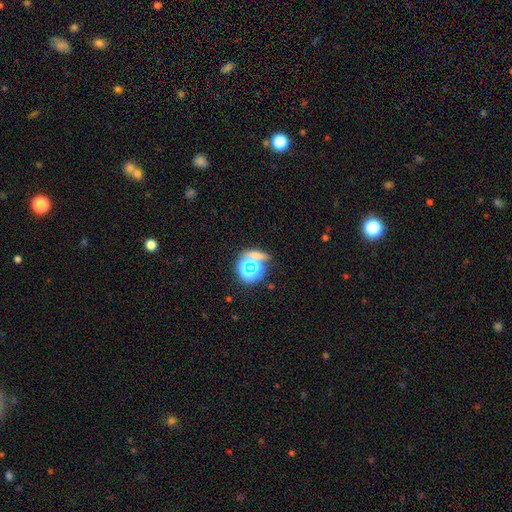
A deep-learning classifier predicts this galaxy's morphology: Smooth or featured: star or artifact — 51% (smooth — 37%)